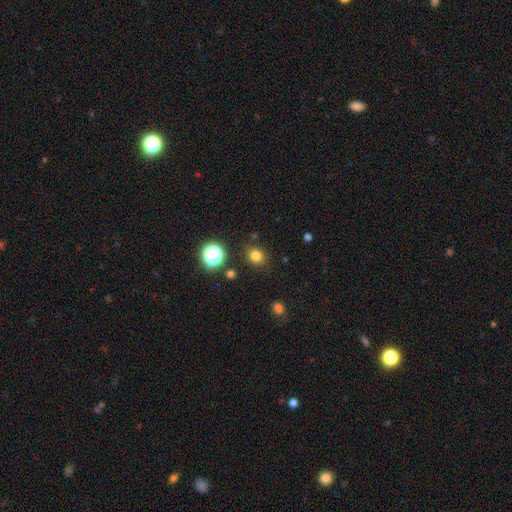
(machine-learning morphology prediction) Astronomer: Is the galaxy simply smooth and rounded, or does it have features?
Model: smooth — 78%.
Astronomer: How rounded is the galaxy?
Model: round — 64%.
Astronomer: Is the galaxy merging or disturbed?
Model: none — 84%.